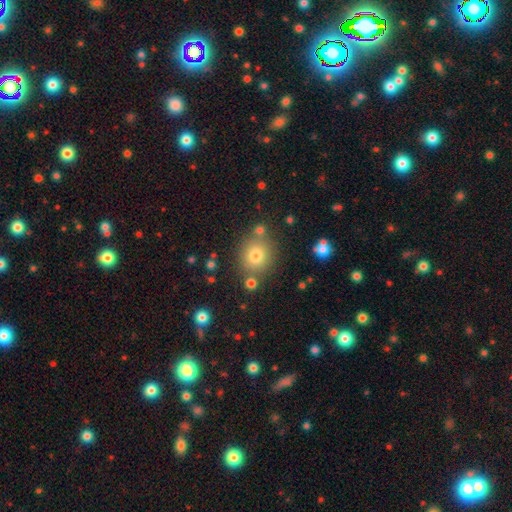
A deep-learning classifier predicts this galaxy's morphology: This appears to be a smooth galaxy with no disk features (76%) that is round (82%). Merging: none (79%).